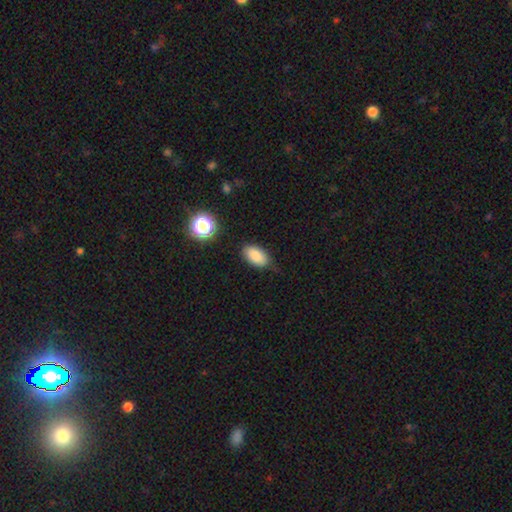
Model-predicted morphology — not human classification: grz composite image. It shows a smooth galaxy with no disk features (84%) that is in between round and cigar-shaped (92%). Merging: none (74%).